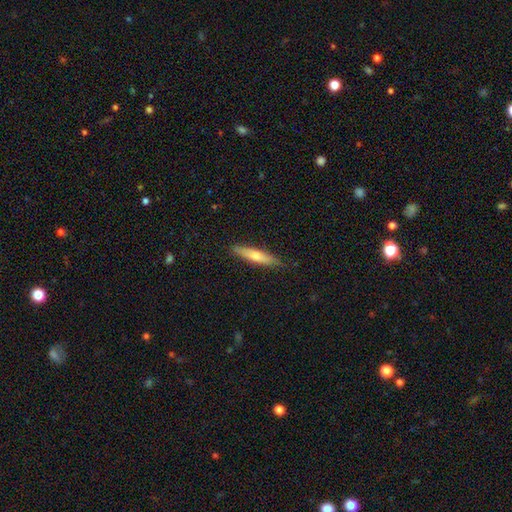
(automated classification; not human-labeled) A smooth galaxy with no disk features (64%) that is cigar-shaped (87%).

Vote fractions:
- Smooth or featured? smooth: 64% / featured or disk: 31% / star or artifact: 6%
- How rounded? cigar-shaped: 87% / in between: 12% / round: 1%
- Merging? none: 87% / minor disturbance: 10% / major disturbance: 2% / merger: 1%